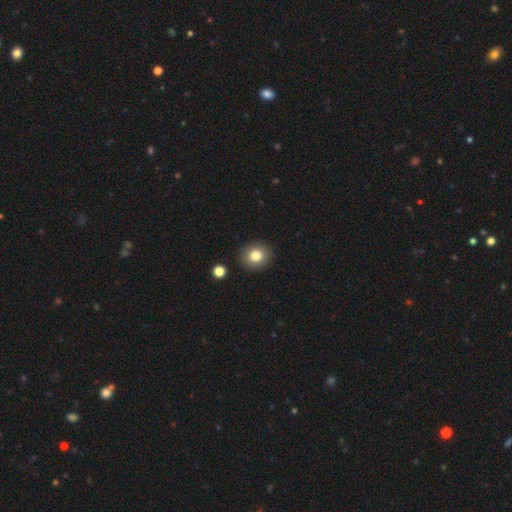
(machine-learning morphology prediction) Smooth or featured? Predicted: smooth (p=0.81). How rounded? Predicted: round (p=0.79). Merging? Predicted: none (p=0.90).